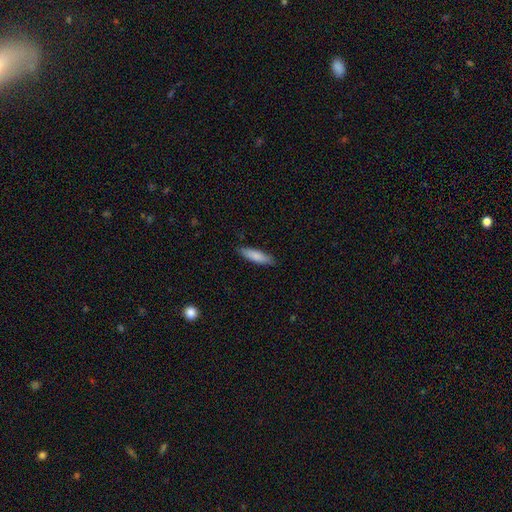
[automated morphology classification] Smooth or featured?
  - smooth: 83% *
  - featured or disk: 12%
  - star or artifact: 6%
How rounded?
  - cigar-shaped: 67% *
  - in between: 32%
  - round: 1%
Merging?
  - none: 87% *
  - minor disturbance: 10%
  - major disturbance: 2%
  - merger: 1%